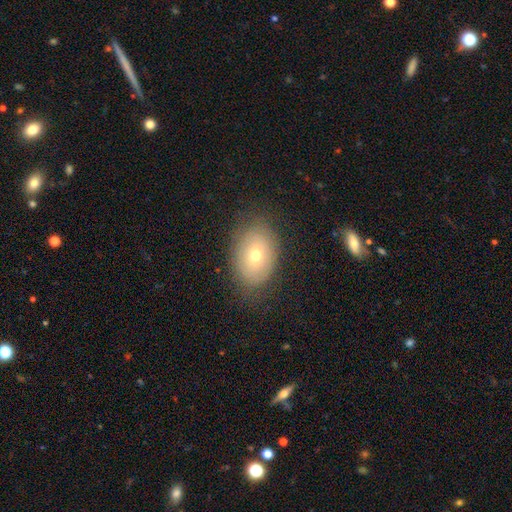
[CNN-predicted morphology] Smooth or featured?
  - smooth: 64% *
  - featured or disk: 25%
  - star or artifact: 11%
How rounded?
  - in between: 74% *
  - round: 25%
  - cigar-shaped: 1%
Merging?
  - none: 79% *
  - minor disturbance: 15%
  - major disturbance: 5%
  - merger: 1%